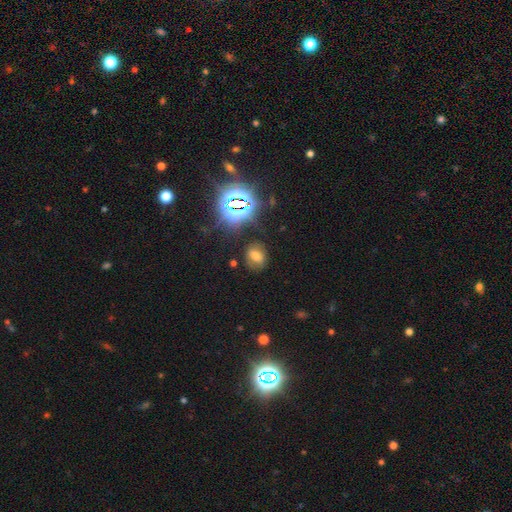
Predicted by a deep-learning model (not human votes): smooth-or-featured: smooth: 54% | star or artifact: 29% | featured or disk: 16%
  how-rounded: in between: 59% | round: 39% | cigar-shaped: 2%
  merging: none: 76% | minor disturbance: 15% | major disturbance: 6% | merger: 3%